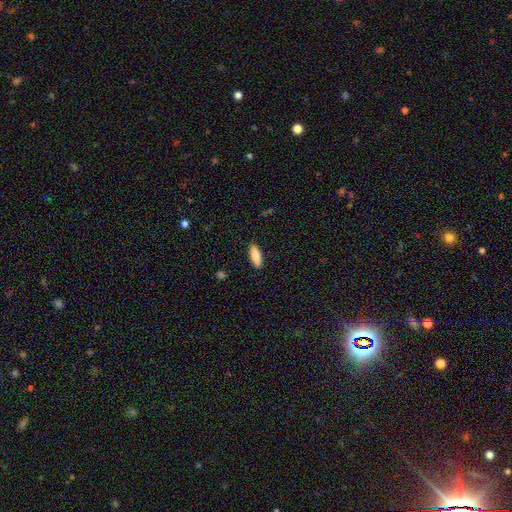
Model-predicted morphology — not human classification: Smooth or featured? smooth (84%)
How rounded? in between (60%)
Merging? none (89%)